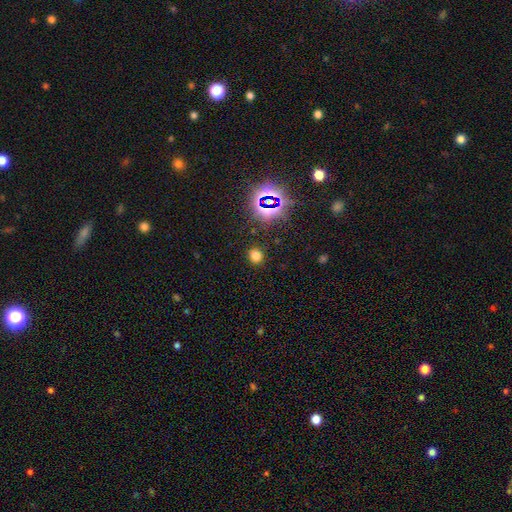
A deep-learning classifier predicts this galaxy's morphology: Overall: smooth (69%). How rounded: round (72%). Merging: none (88%).